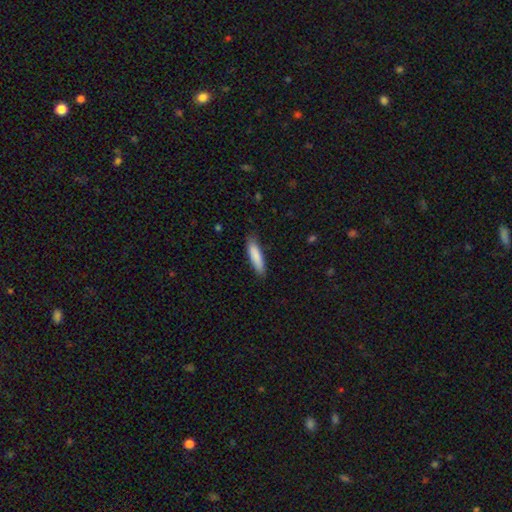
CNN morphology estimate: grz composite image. It shows a smooth galaxy with no disk features (86%) that is cigar-shaped (76%). Merging: none (84%).